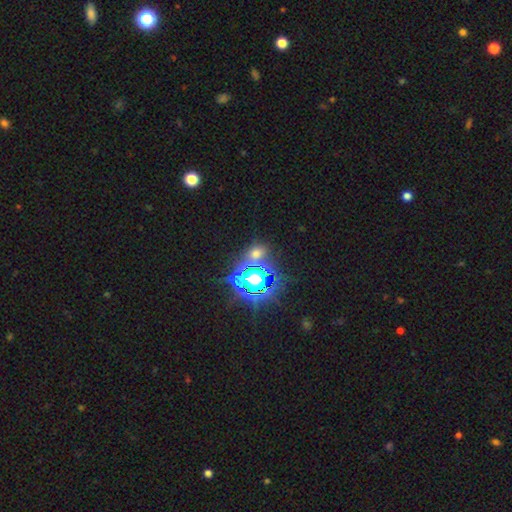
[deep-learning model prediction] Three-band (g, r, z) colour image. It shows a star or artifact, not a galaxy (64%).